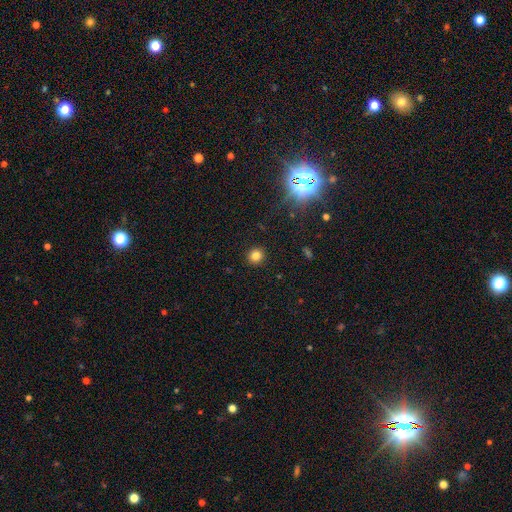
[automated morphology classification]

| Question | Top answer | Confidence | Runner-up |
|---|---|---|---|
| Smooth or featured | smooth | 80% | star or artifact (15%) |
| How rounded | round | 91% | in between (8%) |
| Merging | none | 92% | minor disturbance (5%) |